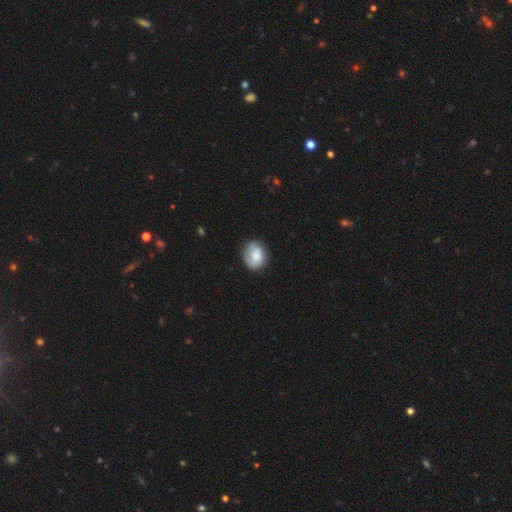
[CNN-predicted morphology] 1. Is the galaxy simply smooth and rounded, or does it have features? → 77% smooth, 16% featured or disk, 7% star or artifact.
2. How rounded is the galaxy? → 54% round, 45% in between, 1% cigar-shaped.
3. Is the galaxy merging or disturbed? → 73% none, 21% minor disturbance, 5% major disturbance, 1% merger.